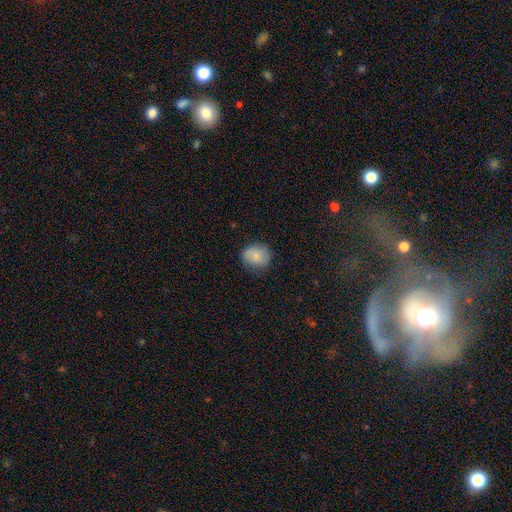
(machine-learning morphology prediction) This is likely a smooth galaxy (77%). How rounded: likely round (73%). Merging: likely none (70%).